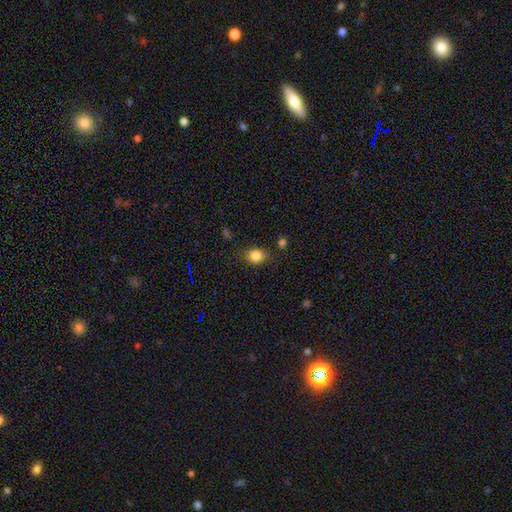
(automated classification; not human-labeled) Q: Smooth or featured?
A: smooth (84%); runner-up: star or artifact (10%)
Q: How rounded?
A: round (53%); runner-up: in between (46%)
Q: Merging?
A: none (76%); runner-up: minor disturbance (17%)